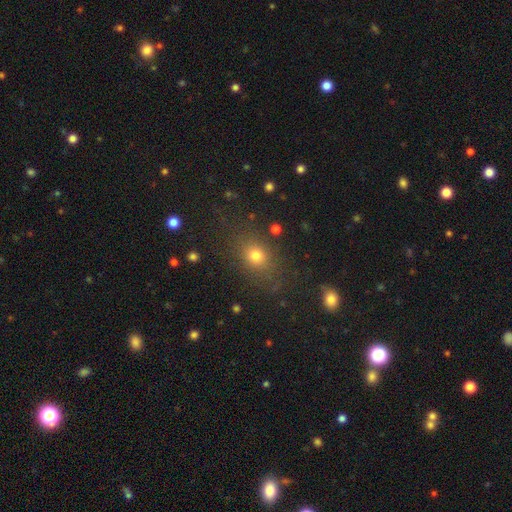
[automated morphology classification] Q: Smooth or featured?
A: smooth (72%); runner-up: star or artifact (17%)
Q: How rounded?
A: round (50%); runner-up: in between (48%)
Q: Merging?
A: none (80%); runner-up: minor disturbance (12%)